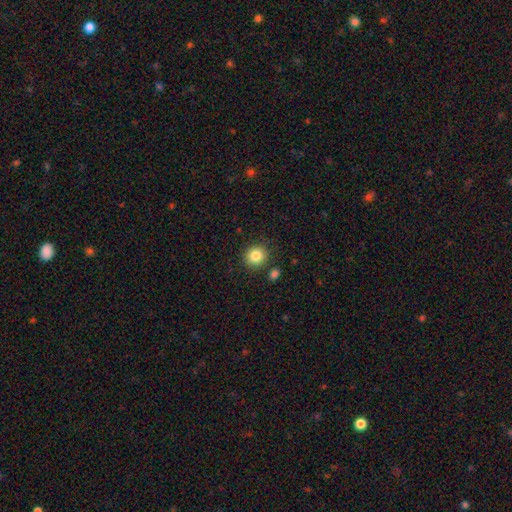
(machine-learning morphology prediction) A smooth galaxy with no disk features (85%) that is round (87%). Merging: none (85%).